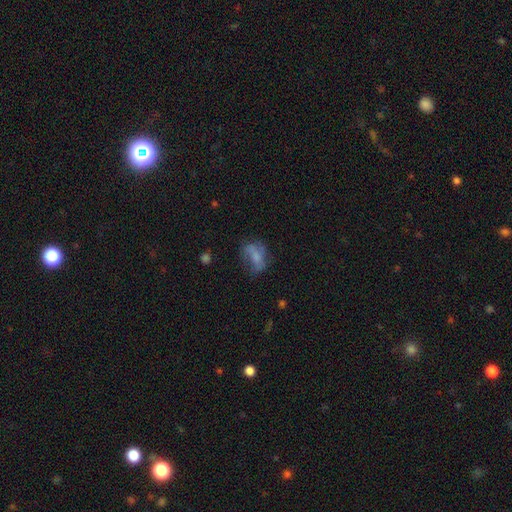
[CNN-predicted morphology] smooth-or-featured: smooth: 49% | featured or disk: 39% | star or artifact: 12%
  merging: none: 43% | major disturbance: 29% | minor disturbance: 24% | merger: 4%